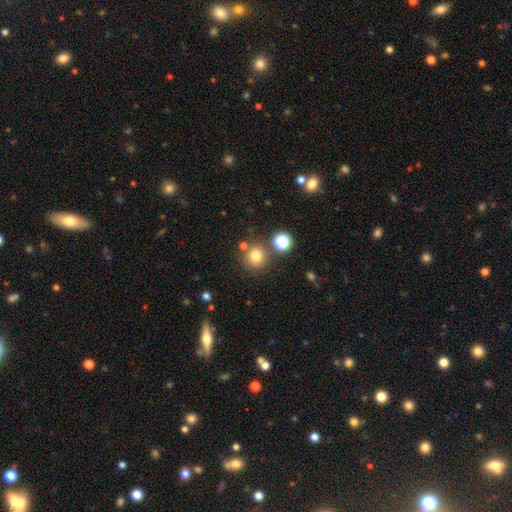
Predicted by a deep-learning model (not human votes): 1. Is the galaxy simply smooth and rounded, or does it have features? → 77% smooth, 16% star or artifact, 7% featured or disk.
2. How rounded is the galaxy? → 92% round, 7% in between, 1% cigar-shaped.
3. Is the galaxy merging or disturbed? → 77% none, 11% merger, 9% minor disturbance, 4% major disturbance.